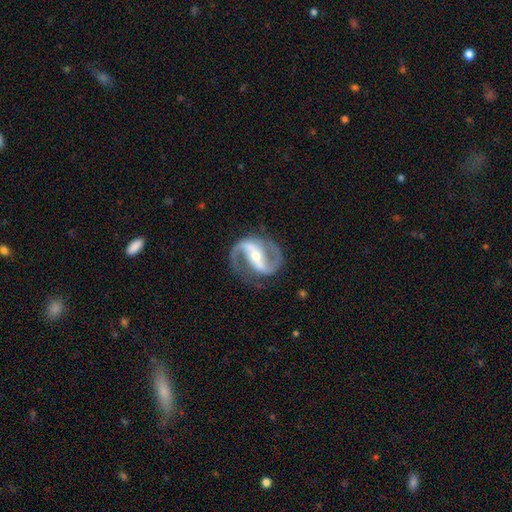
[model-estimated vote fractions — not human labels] The model was most divided on "bulge size": moderate: 50%, small: 45%, large: 3%, none: 1%, dominant: 1%. More confident: spiral arms — yes (97%); edge-on disk — no (97%); spiral arm count — 2 (93%); smooth or featured — featured or disk (92%); merging — none (80%); bar — strong (63%); spiral winding — medium (58%).